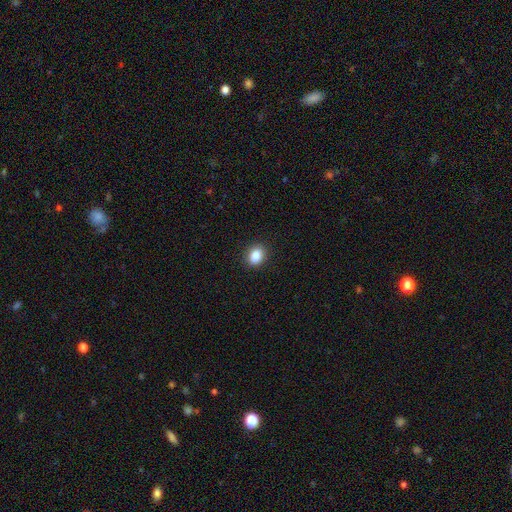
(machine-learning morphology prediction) smooth 86%, star or artifact 9%, featured or disk 5%. Down the decision tree: how rounded — in between (61%); merging — none (90%).